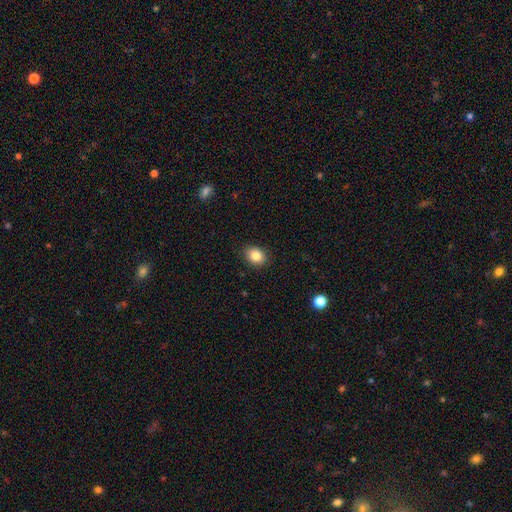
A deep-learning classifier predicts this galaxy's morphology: A smooth galaxy with no disk features (85%) that is in between round and cigar-shaped (56%).

Vote fractions:
- Smooth or featured? smooth: 85% / star or artifact: 9% / featured or disk: 6%
- How rounded? in between: 56% / round: 43% / cigar-shaped: 1%
- Merging? none: 88% / minor disturbance: 9% / major disturbance: 2% / merger: 1%